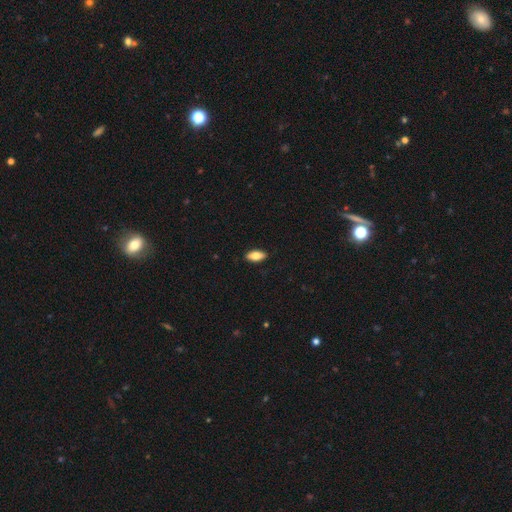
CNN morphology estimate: Q: Smooth or featured?
A: smooth (79%); runner-up: featured or disk (14%)
Q: How rounded?
A: in between (88%); runner-up: cigar-shaped (9%)
Q: Merging?
A: none (89%); runner-up: minor disturbance (9%)